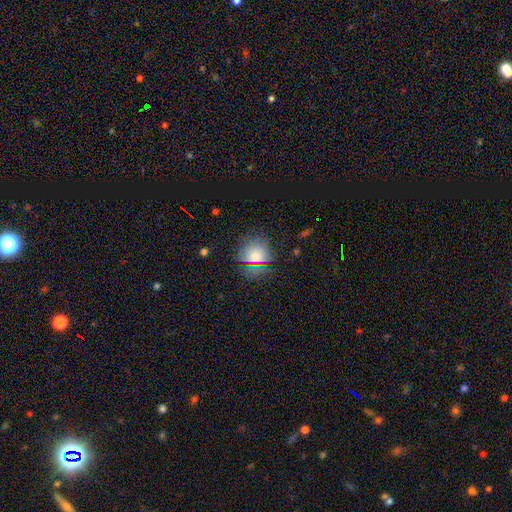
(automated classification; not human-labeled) This appears to be a smooth galaxy with no disk features (70%) that is round (81%). Merging: none (72%).